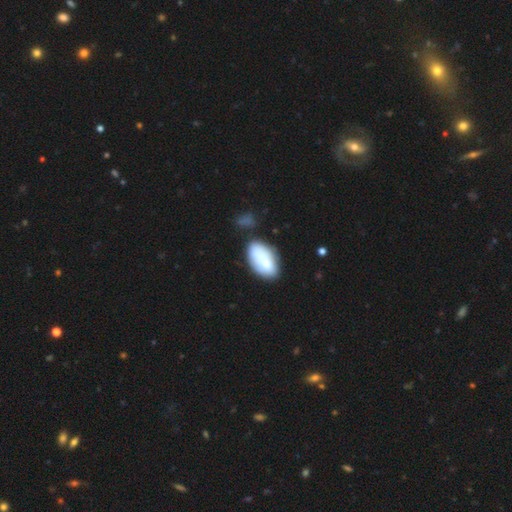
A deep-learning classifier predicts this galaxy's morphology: type=smooth (74%); roundness=in between (94%); merging=none (56%).